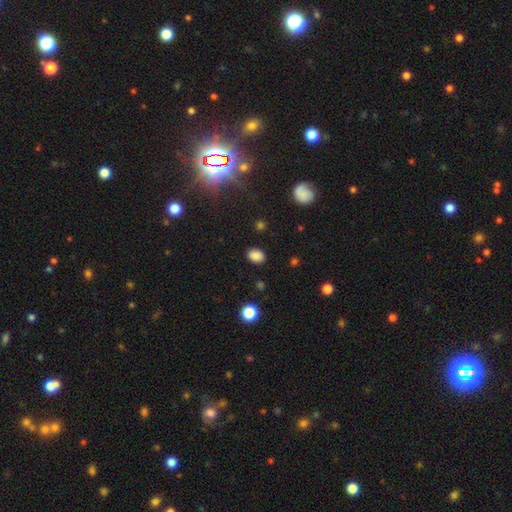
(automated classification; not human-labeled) Smooth or featured? Predicted: smooth (p=0.86). How rounded? Predicted: in between (p=0.68). Merging? Predicted: none (p=0.87).